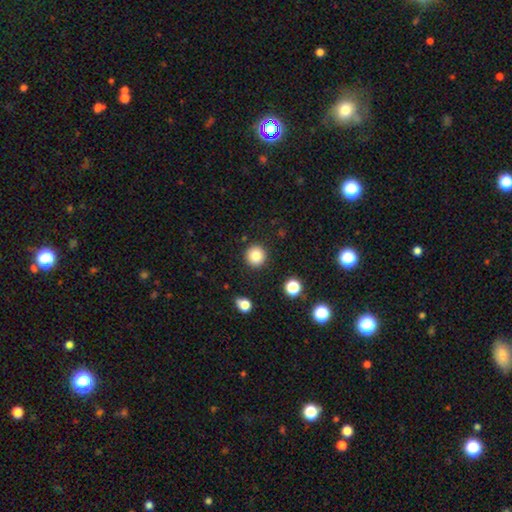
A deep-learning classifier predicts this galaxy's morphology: A smooth galaxy with no disk features (84%) that is round (95%).

Vote fractions:
- Smooth or featured? smooth: 84% / star or artifact: 10% / featured or disk: 6%
- How rounded? round: 95% / in between: 4% / cigar-shaped: 1%
- Merging? none: 91% / minor disturbance: 6% / major disturbance: 2% / merger: 2%